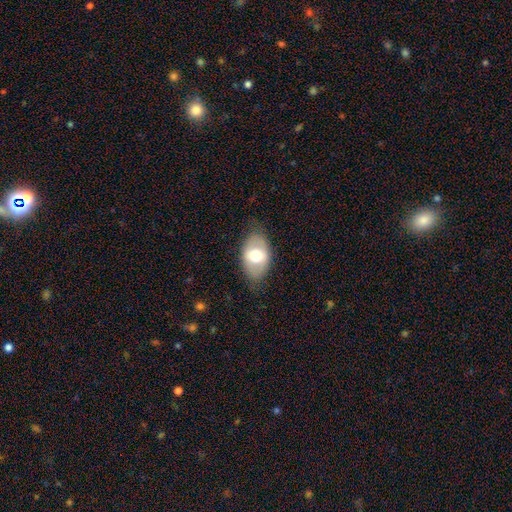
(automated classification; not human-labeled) Smooth or featured?
  - smooth: 60% *
  - featured or disk: 33%
  - star or artifact: 7%
How rounded?
  - in between: 89% *
  - round: 10%
  - cigar-shaped: 1%
Merging?
  - none: 75% *
  - minor disturbance: 18%
  - major disturbance: 6%
  - merger: 1%